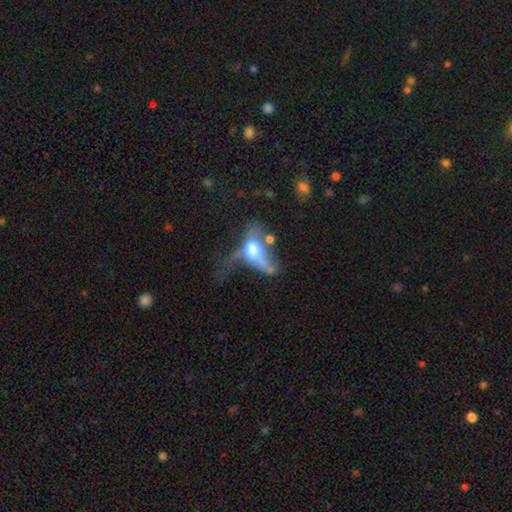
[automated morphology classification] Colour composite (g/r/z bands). It shows a smooth galaxy with no disk features (45%). Merging: major disturbance (48%).